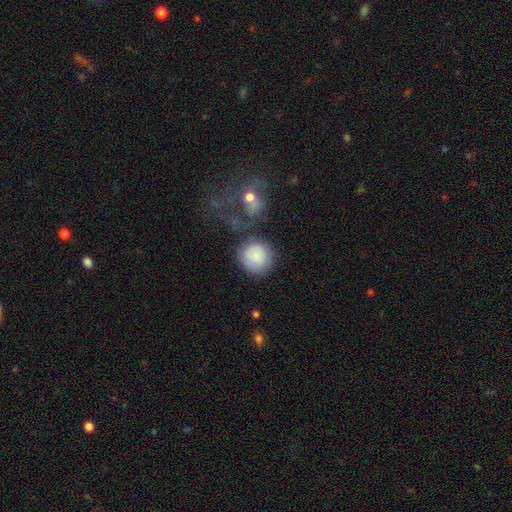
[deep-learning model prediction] This is clearly a smooth galaxy (82%). How rounded: clearly round (89%). Merging: likely none (62%).